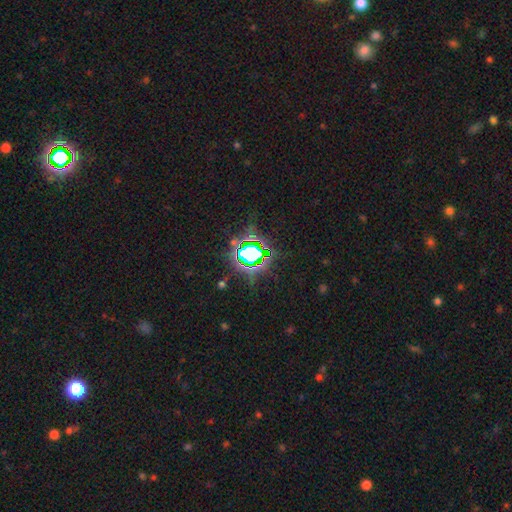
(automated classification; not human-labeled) Overall: star or artifact (78%).